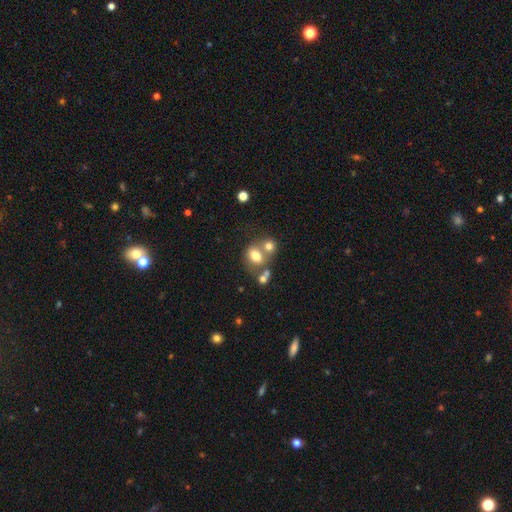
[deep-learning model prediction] Smooth or featured?
  - smooth: 71% *
  - featured or disk: 17%
  - star or artifact: 12%
How rounded?
  - in between: 58% *
  - round: 40%
  - cigar-shaped: 1%
Merging?
  - merger: 44% *
  - none: 38%
  - minor disturbance: 11%
  - major disturbance: 7%